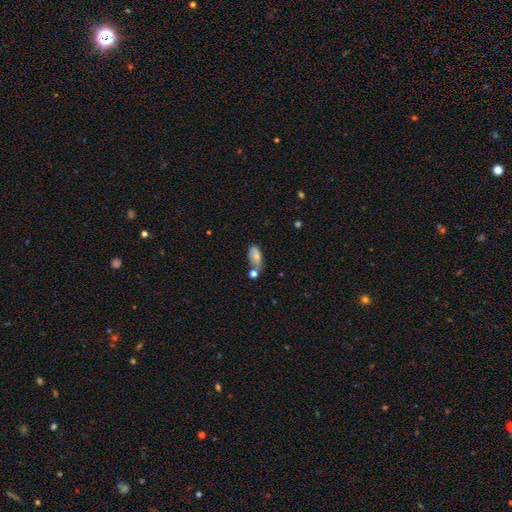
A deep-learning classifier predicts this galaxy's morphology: This appears to be a smooth galaxy with no disk features (74%) that is in between round and cigar-shaped (88%). Merging: none (45%).